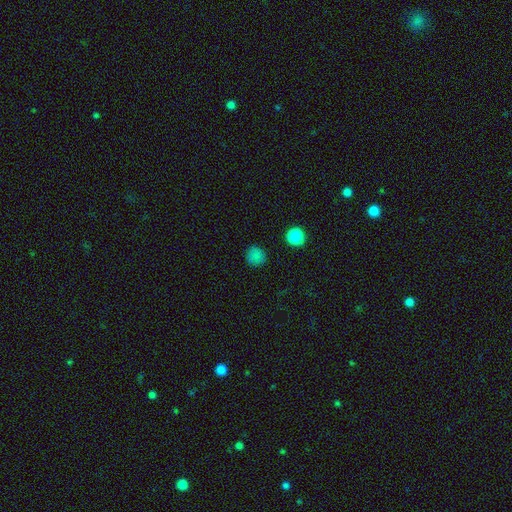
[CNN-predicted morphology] smooth_or_featured: smooth (p=0.79) [alt: star or artifact p=0.17]
how_rounded: round (p=0.92) [alt: in between p=0.07]
merging: none (p=0.88) [alt: minor disturbance p=0.08]